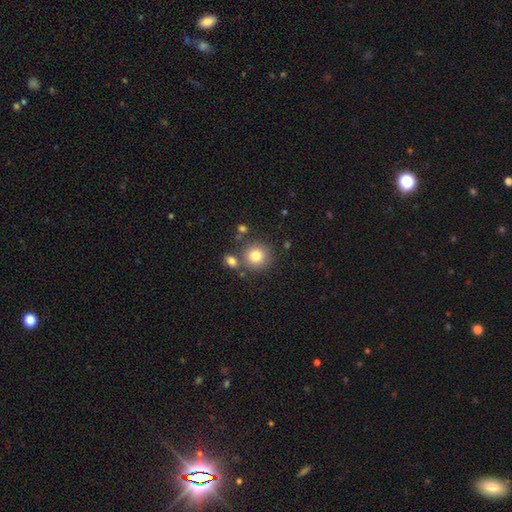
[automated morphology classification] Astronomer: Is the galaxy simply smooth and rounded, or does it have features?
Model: smooth — 79%.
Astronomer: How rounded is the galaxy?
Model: round — 91%.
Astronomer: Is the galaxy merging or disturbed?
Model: none — 74%.